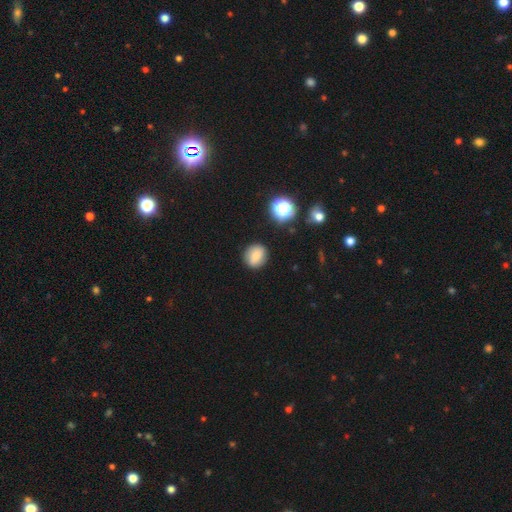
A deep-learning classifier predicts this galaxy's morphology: Smooth or featured? Predicted: smooth (p=0.75). How rounded? Predicted: round (p=0.80). Merging? Predicted: none (p=0.87).